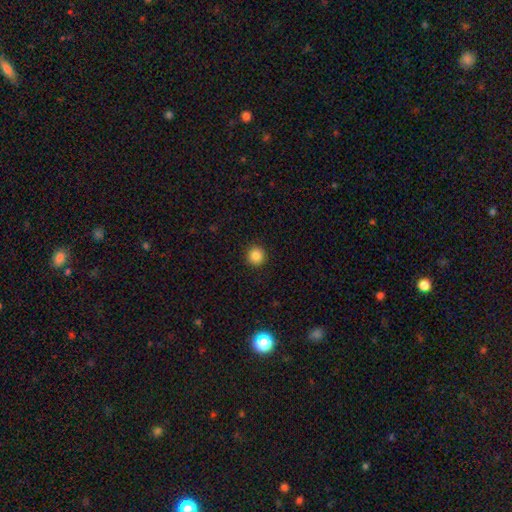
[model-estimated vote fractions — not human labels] Smooth or featured?
  - smooth: 87% *
  - star or artifact: 10%
  - featured or disk: 3%
How rounded?
  - round: 95% *
  - in between: 4%
  - cigar-shaped: 1%
Merging?
  - none: 93% *
  - minor disturbance: 4%
  - major disturbance: 2%
  - merger: 1%